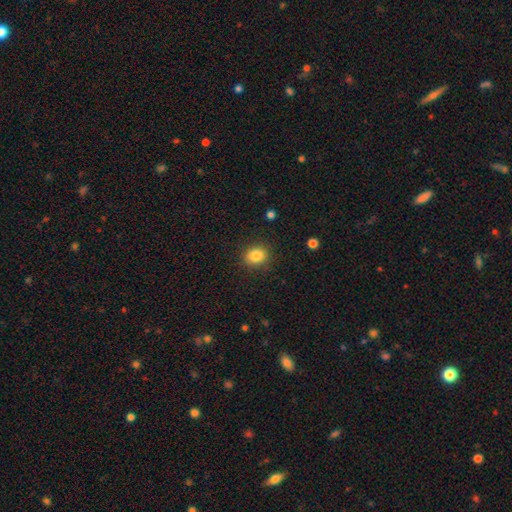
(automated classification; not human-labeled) This is clearly a smooth galaxy (84%). How rounded: possibly round (50%). Merging: clearly none (87%).